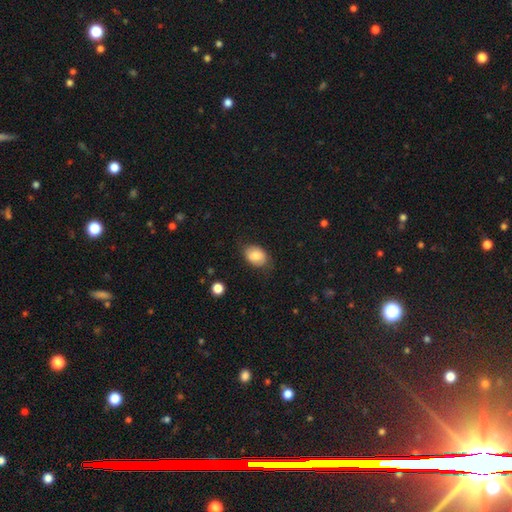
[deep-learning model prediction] The model was most divided on "how rounded": in between: 74%, round: 25%, cigar-shaped: 1%. More confident: smooth or featured — smooth (80%); merging — none (72%).